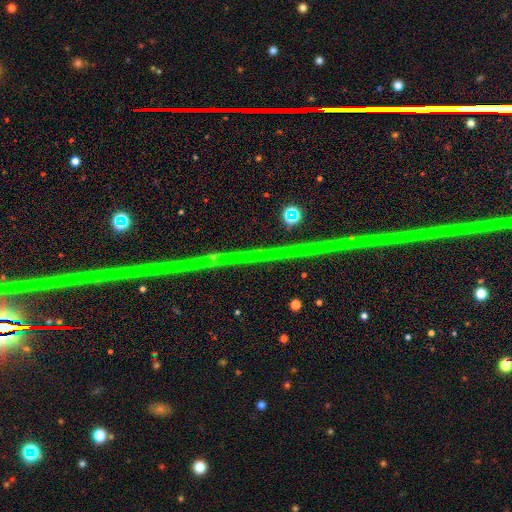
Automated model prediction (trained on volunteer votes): Smooth or featured?
  - star or artifact: 85% *
  - featured or disk: 9%
  - smooth: 6%